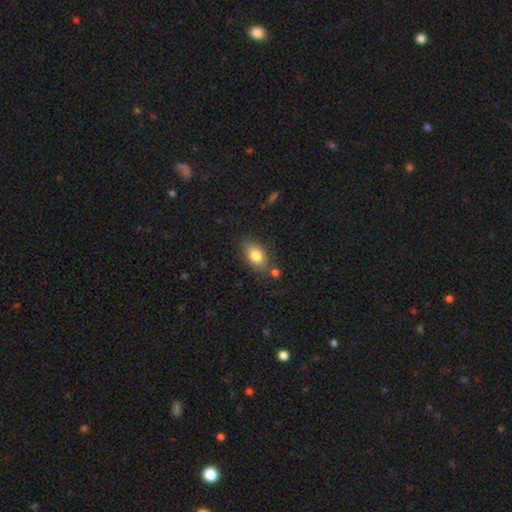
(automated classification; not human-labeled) This appears to be a smooth galaxy with no disk features (81%) that is in between round and cigar-shaped (85%). Merging: none (75%).